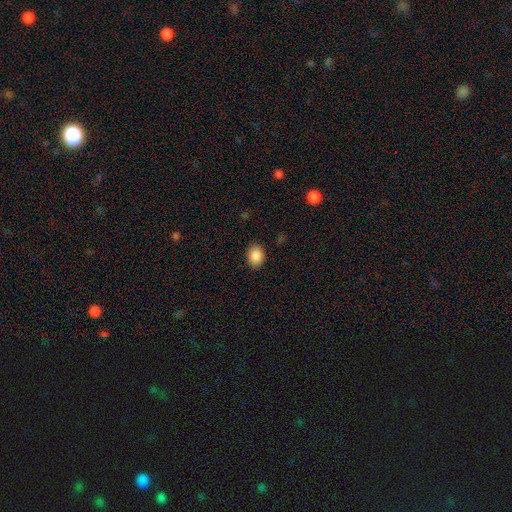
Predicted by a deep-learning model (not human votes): A smooth galaxy with no disk features (88%) that is in between round and cigar-shaped (69%). Merging: none (88%).